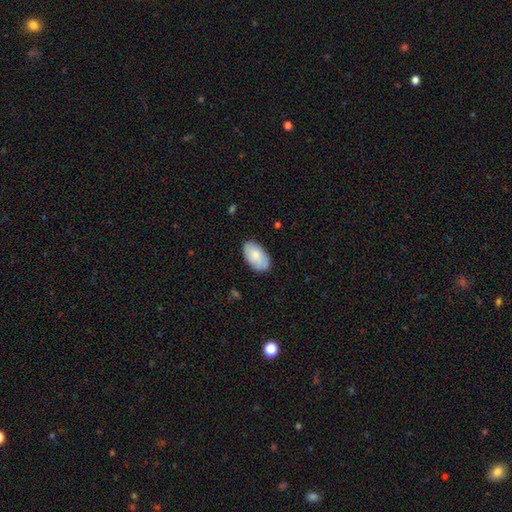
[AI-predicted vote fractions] Smooth or featured? smooth (78%)
How rounded? in between (95%)
Merging? none (82%)